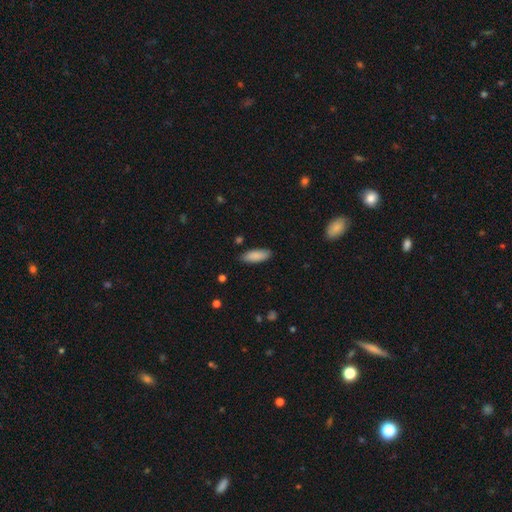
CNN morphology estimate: This appears to be a smooth galaxy with no disk features (88%) that is in between round and cigar-shaped (67%). Merging: none (86%).